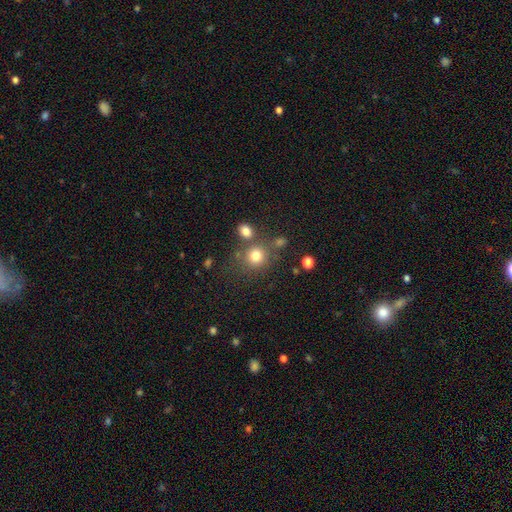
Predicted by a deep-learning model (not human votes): smooth 78%, star or artifact 14%, featured or disk 8%. Down the decision tree: how rounded — round (84%); merging — none (68%).